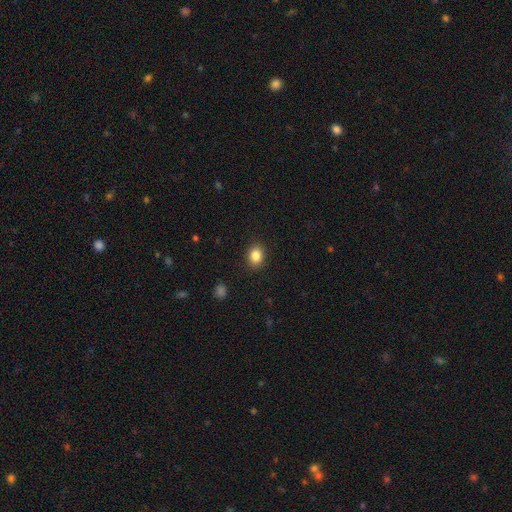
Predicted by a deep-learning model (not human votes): The model was most divided on "how rounded": in between: 58%, round: 41%, cigar-shaped: 1%. More confident: merging — none (89%); smooth or featured — smooth (86%).